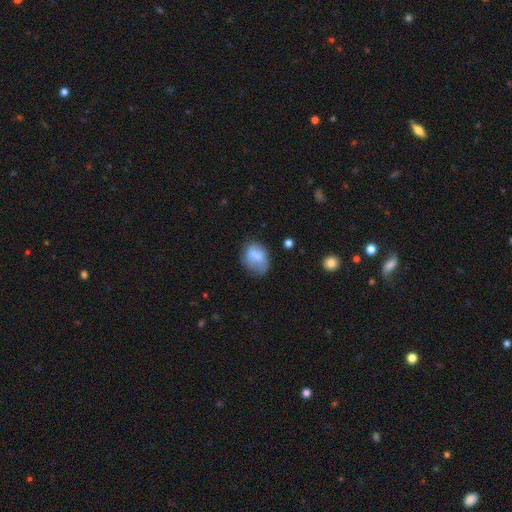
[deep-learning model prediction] Smooth or featured: smooth — 71% (featured or disk — 20%)
How rounded: in between — 66% (round — 32%)
Merging: none — 48% (minor disturbance — 32%)